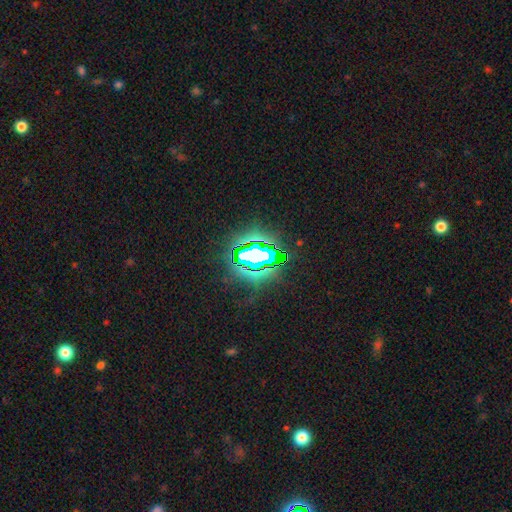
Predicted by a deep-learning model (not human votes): Smooth or featured?
  - star or artifact: 72% *
  - smooth: 15%
  - featured or disk: 13%